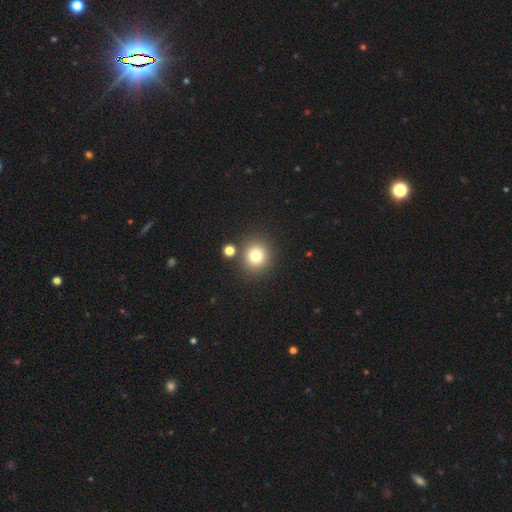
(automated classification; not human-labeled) Smooth or featured? smooth (77%)
How rounded? round (89%)
Merging? none (83%)